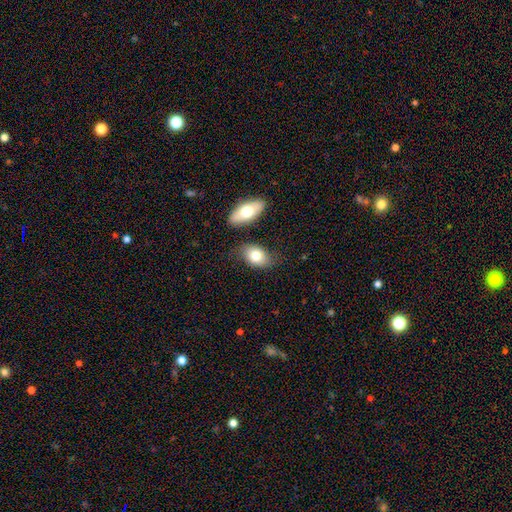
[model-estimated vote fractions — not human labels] A smooth galaxy with no disk features (77%) that is in between round and cigar-shaped (86%).

Vote fractions:
- Smooth or featured? smooth: 77% / featured or disk: 17% / star or artifact: 7%
- How rounded? in between: 86% / round: 12% / cigar-shaped: 2%
- Merging? none: 71% / minor disturbance: 16% / merger: 10% / major disturbance: 4%